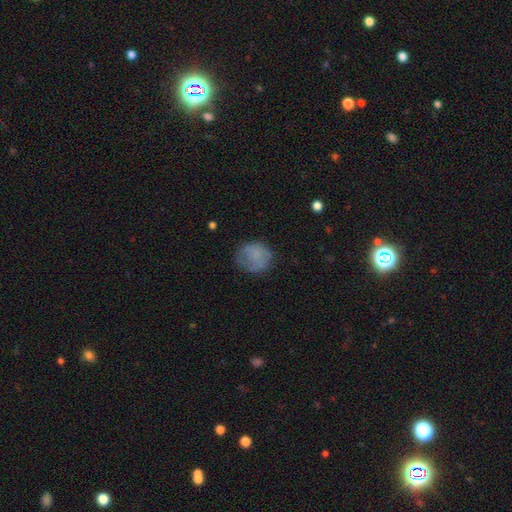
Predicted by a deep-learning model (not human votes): Smooth or featured?
  - smooth: 72% *
  - featured or disk: 18%
  - star or artifact: 10%
How rounded?
  - round: 77% *
  - in between: 22%
  - cigar-shaped: 1%
Merging?
  - none: 62% *
  - minor disturbance: 24%
  - major disturbance: 12%
  - merger: 2%